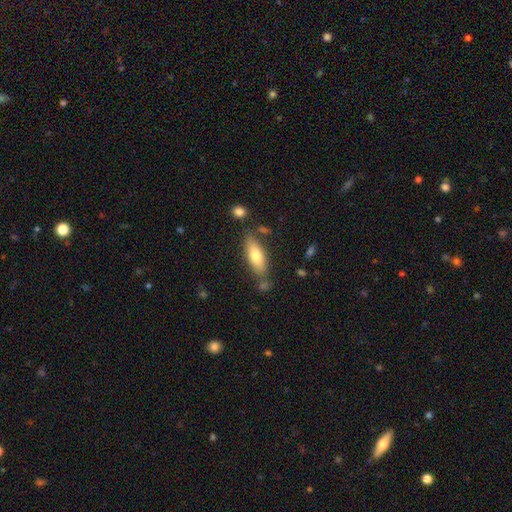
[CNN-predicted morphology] Smooth or featured: smooth — 72% (featured or disk — 22%)
How rounded: in between — 68% (cigar-shaped — 30%)
Merging: none — 72% (minor disturbance — 17%)